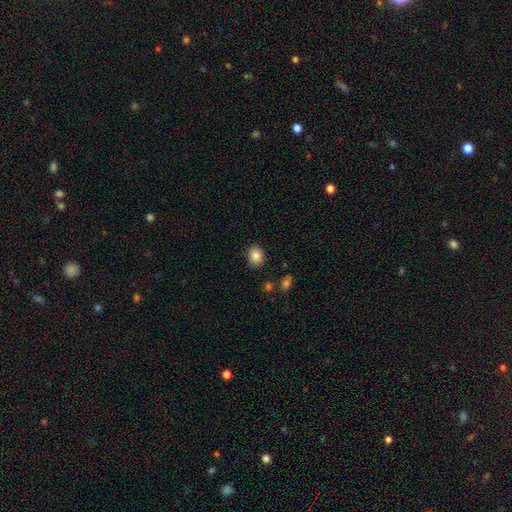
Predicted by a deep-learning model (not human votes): smooth-or-featured: smooth: 86% | star or artifact: 8% | featured or disk: 5%
  how-rounded: in between: 55% | round: 44% | cigar-shaped: 1%
  merging: none: 87% | minor disturbance: 9% | major disturbance: 2% | merger: 2%